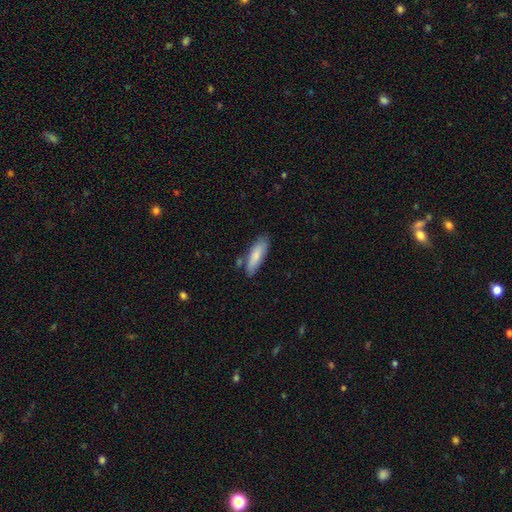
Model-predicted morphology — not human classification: This appears to be a smooth galaxy with no disk features (81%) that is cigar-shaped (50%). Merging: none (73%).